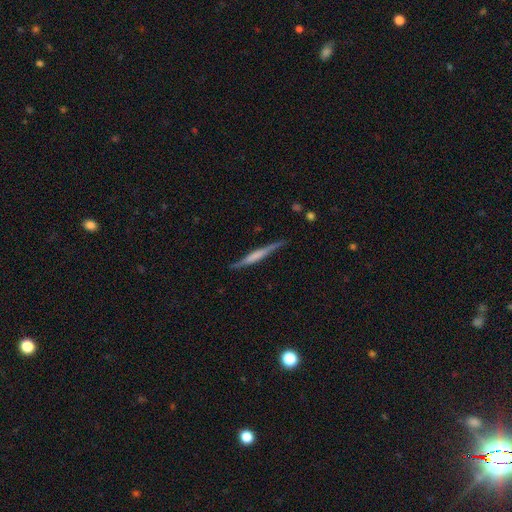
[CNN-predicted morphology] smooth-or-featured: featured or disk: 61% | smooth: 34% | star or artifact: 6%
  disk-edge-on: yes: 97% | no: 3%
    edge-on-bulge: none: 38% (tied) | boxy: 38% (tied) | rounded: 24%
  merging: none: 85% | minor disturbance: 11% | major disturbance: 2% | merger: 2%